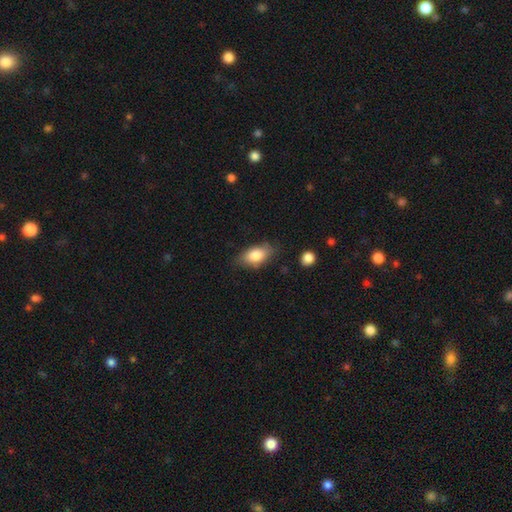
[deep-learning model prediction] smooth_or_featured: smooth (p=0.82) [alt: featured or disk p=0.11]
how_rounded: in between (p=0.90) [alt: round p=0.06]
merging: none (p=0.76) [alt: minor disturbance p=0.18]